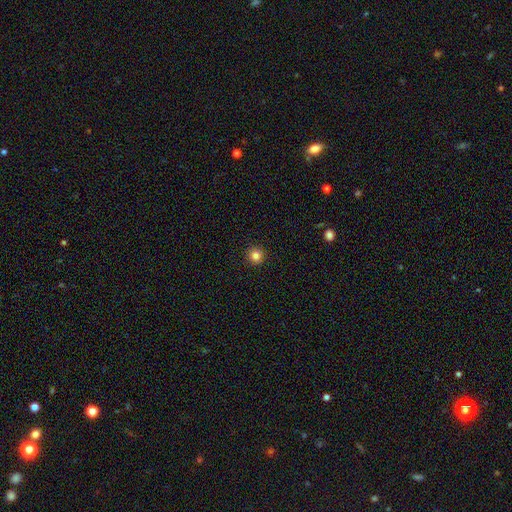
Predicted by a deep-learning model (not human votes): smooth-or-featured: smooth: 83% | star or artifact: 12% | featured or disk: 5%
  how-rounded: round: 96% | in between: 3% | cigar-shaped: 1%
  merging: none: 94% | minor disturbance: 4% | major disturbance: 1% | merger: 1%